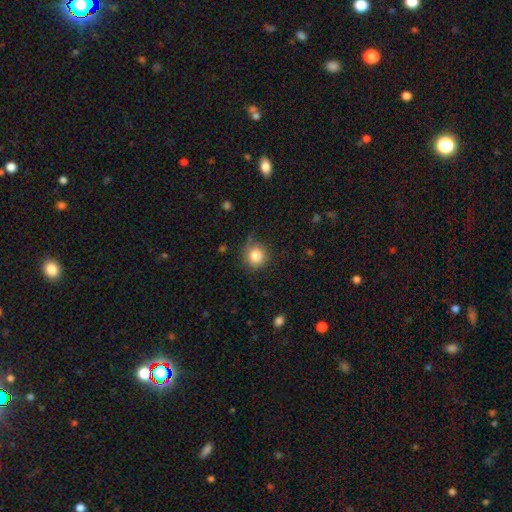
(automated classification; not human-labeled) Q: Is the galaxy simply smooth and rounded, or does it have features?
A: smooth — 83%.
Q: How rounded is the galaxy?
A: round — 89%.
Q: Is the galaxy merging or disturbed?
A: none — 68%.